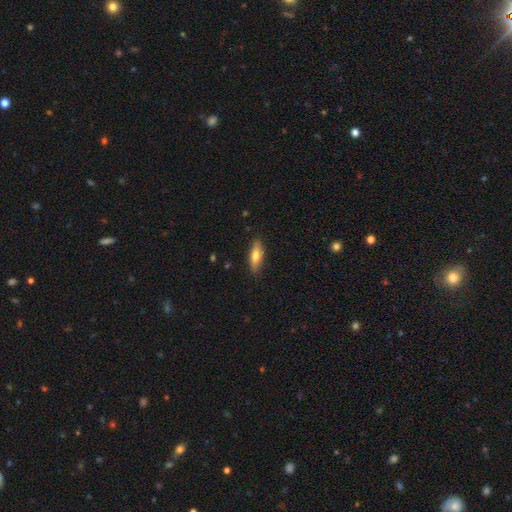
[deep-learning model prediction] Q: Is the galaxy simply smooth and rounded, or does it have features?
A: smooth — 69%.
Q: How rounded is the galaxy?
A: cigar-shaped — 50%.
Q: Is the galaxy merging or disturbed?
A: none — 86%.